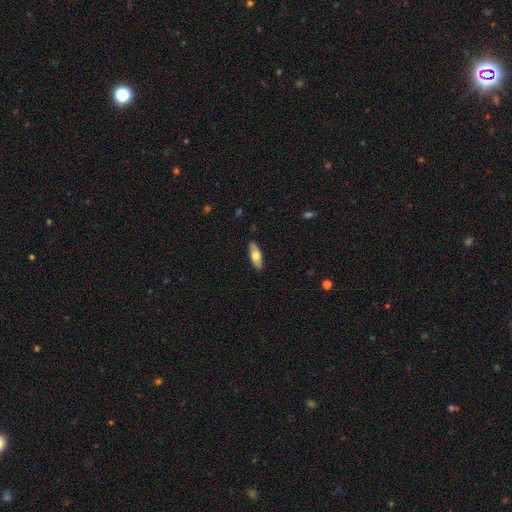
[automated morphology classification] Smooth or featured?
  - smooth: 64% *
  - featured or disk: 30%
  - star or artifact: 6%
How rounded?
  - in between: 67% *
  - cigar-shaped: 30%
  - round: 2%
Merging?
  - none: 88% *
  - minor disturbance: 9%
  - major disturbance: 2%
  - merger: 1%